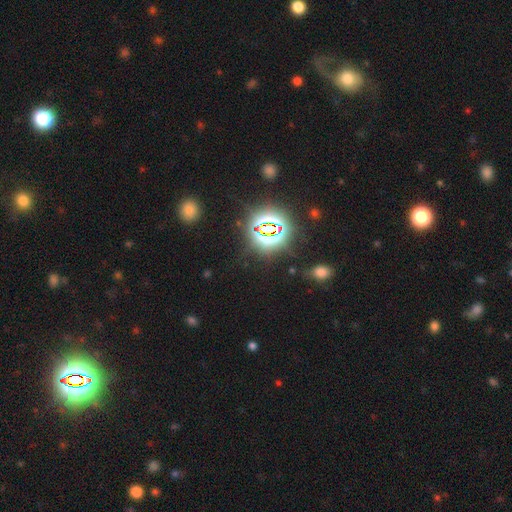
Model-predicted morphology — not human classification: Q: Smooth or featured?
A: star or artifact (79%); runner-up: smooth (14%)